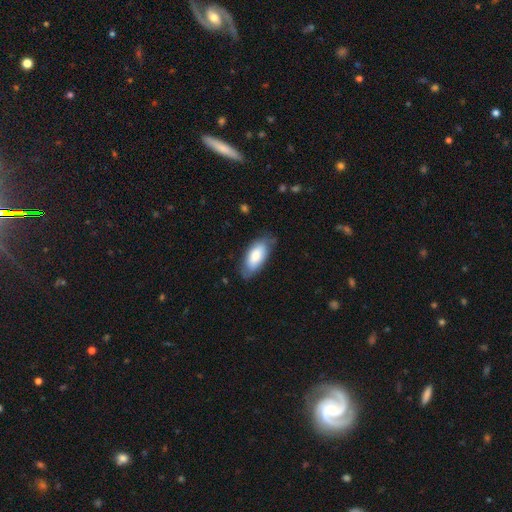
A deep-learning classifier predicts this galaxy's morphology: smooth 78%, featured or disk 16%, star or artifact 6%. Down the decision tree: how rounded — in between (88%); merging — none (71%).